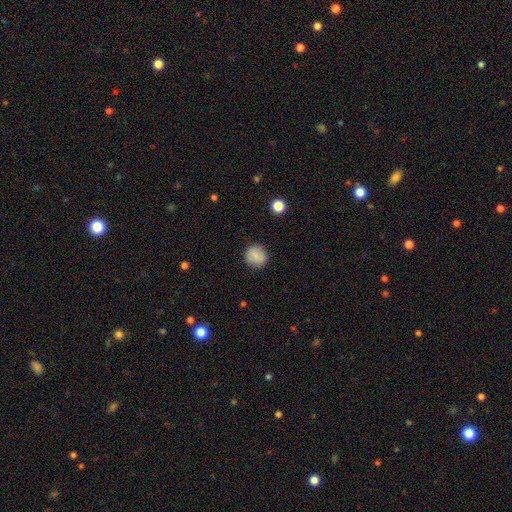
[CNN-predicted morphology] Smooth or featured: smooth — 86% (star or artifact — 9%)
How rounded: round — 90% (in between — 9%)
Merging: none — 88% (minor disturbance — 8%)